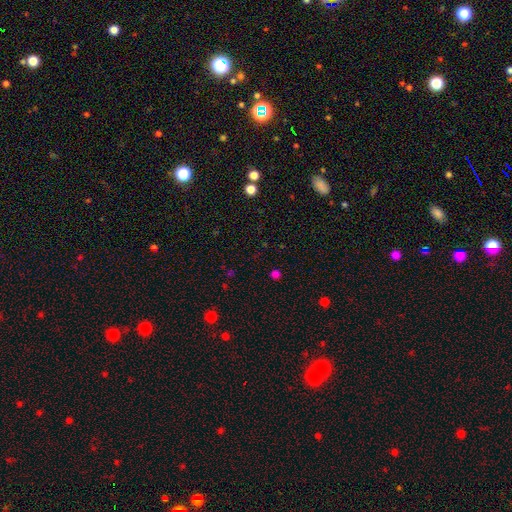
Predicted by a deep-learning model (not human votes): smooth_or_featured: smooth (p=0.48) [alt: star or artifact p=0.47]
merging: none (p=0.84) [alt: minor disturbance p=0.08]